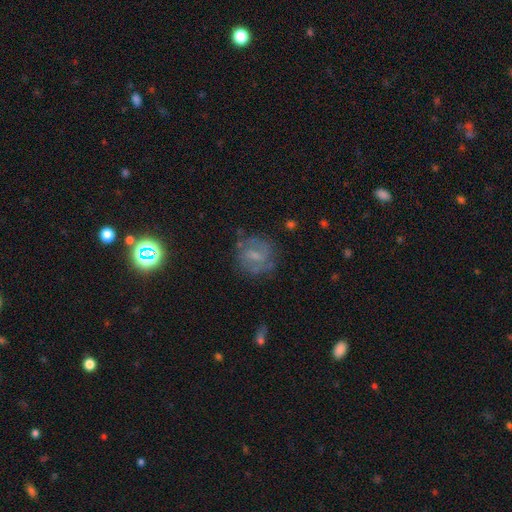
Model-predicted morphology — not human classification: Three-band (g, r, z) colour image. It shows a featured or disk galaxy (55%) with a weak bar (54%), spiral arms (72%) and a small central bulge (40%). Merging: none (66%).